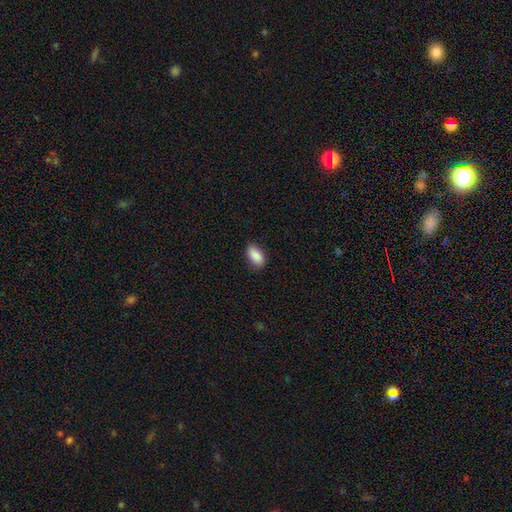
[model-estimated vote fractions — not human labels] Smooth or featured?
  - smooth: 90% *
  - star or artifact: 7%
  - featured or disk: 4%
How rounded?
  - in between: 93% *
  - round: 4%
  - cigar-shaped: 3%
Merging?
  - none: 83% *
  - minor disturbance: 13%
  - major disturbance: 3%
  - merger: 1%